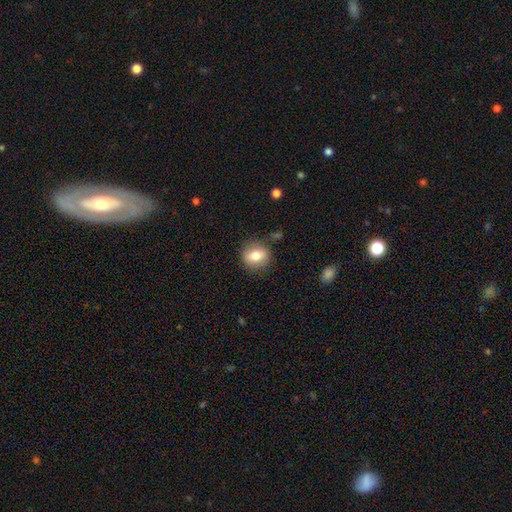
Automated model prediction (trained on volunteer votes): Smooth or featured: smooth — 74% (featured or disk — 18%)
How rounded: round — 66% (in between — 32%)
Merging: none — 83% (minor disturbance — 11%)